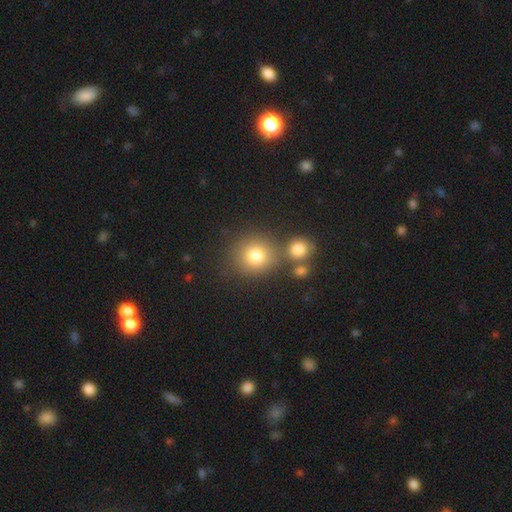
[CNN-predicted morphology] A smooth galaxy with no disk features (78%) that is round (87%). Merging: none (68%).